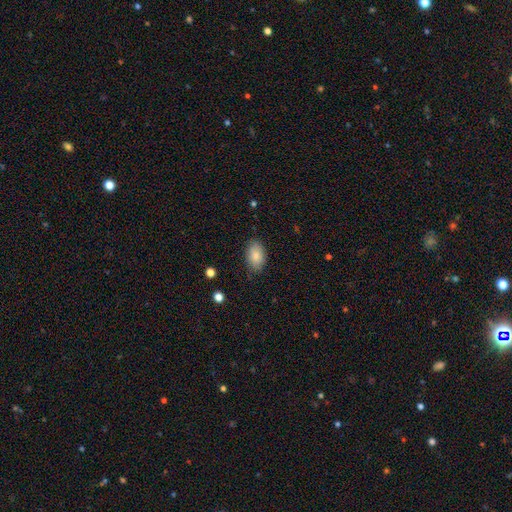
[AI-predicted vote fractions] Smooth or featured?
  - smooth: 84% *
  - featured or disk: 9%
  - star or artifact: 7%
How rounded?
  - in between: 90% *
  - round: 9%
  - cigar-shaped: 1%
Merging?
  - none: 82% *
  - minor disturbance: 14%
  - major disturbance: 3%
  - merger: 1%